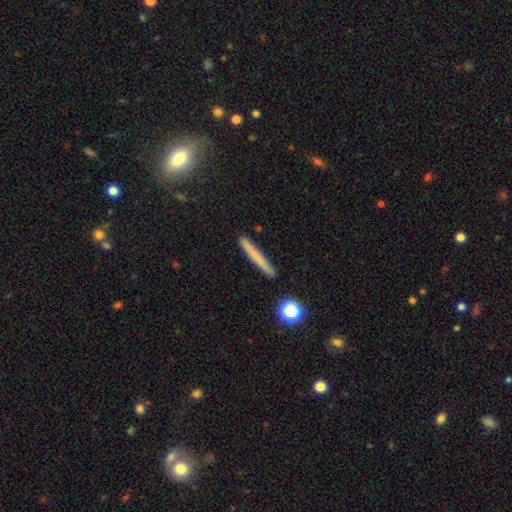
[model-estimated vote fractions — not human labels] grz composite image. It shows a smooth galaxy with no disk features (67%) that is cigar-shaped (96%). Merging: none (90%).